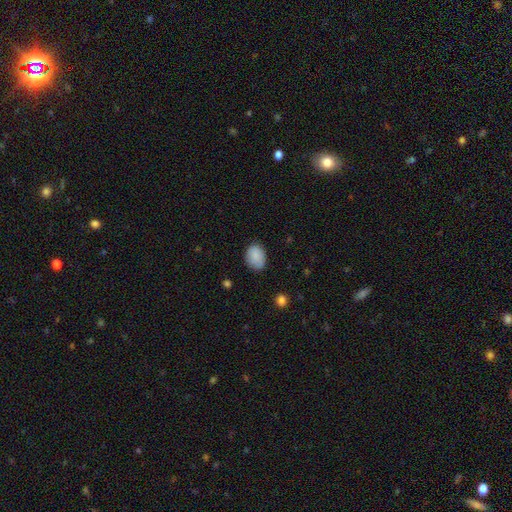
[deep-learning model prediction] smooth_or_featured: smooth (p=0.87) [alt: star or artifact p=0.08]
how_rounded: in between (p=0.70) [alt: round p=0.29]
merging: none (p=0.75) [alt: minor disturbance p=0.20]